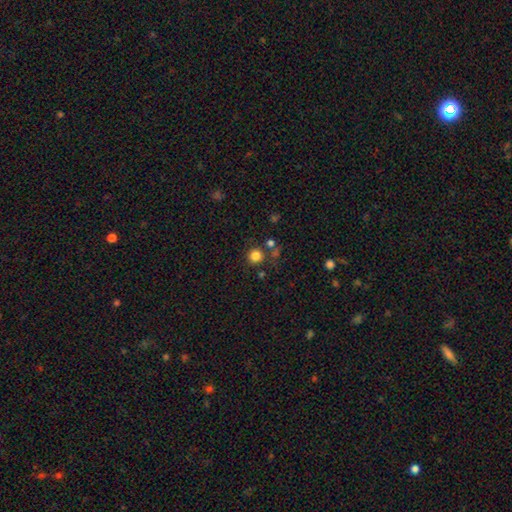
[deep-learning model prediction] This is clearly a smooth galaxy (81%). How rounded: clearly round (93%). Merging: clearly none (81%).